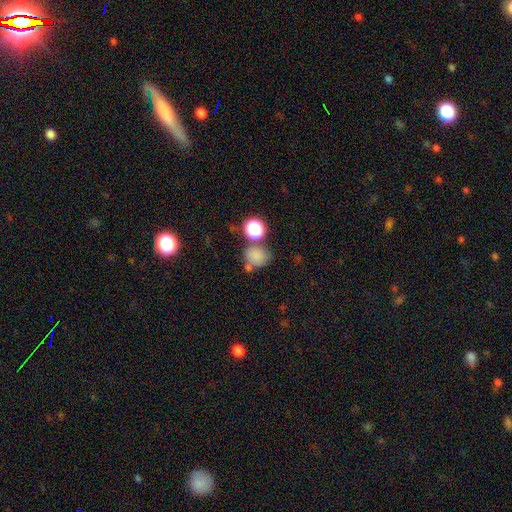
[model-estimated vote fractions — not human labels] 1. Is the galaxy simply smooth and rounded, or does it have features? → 76% smooth, 16% star or artifact, 8% featured or disk.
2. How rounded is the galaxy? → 63% round, 36% in between, 1% cigar-shaped.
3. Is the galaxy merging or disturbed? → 53% none, 26% merger, 14% minor disturbance, 6% major disturbance.